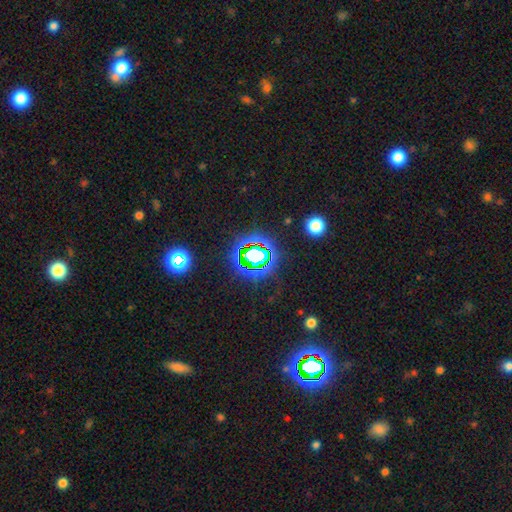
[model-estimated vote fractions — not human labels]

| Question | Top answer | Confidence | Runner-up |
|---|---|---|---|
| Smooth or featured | star or artifact | 73% | smooth (17%) |